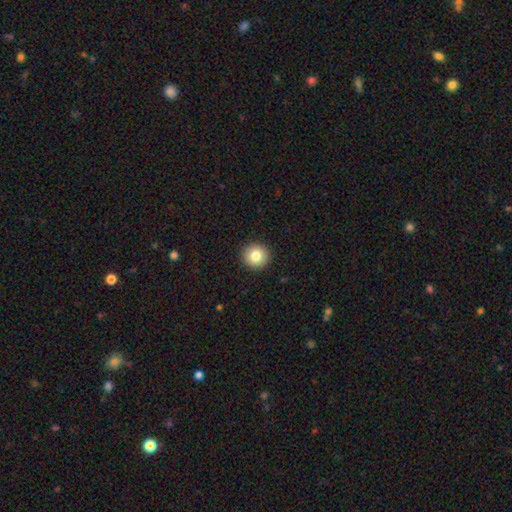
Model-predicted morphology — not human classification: Q: Smooth or featured?
A: smooth (82%); runner-up: star or artifact (10%)
Q: How rounded?
A: round (94%); runner-up: in between (5%)
Q: Merging?
A: none (93%); runner-up: minor disturbance (5%)